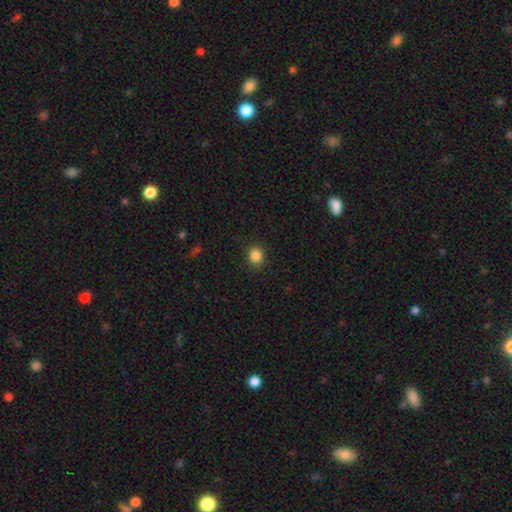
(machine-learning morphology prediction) Smooth or featured? smooth (85%)
How rounded? round (74%)
Merging? none (90%)